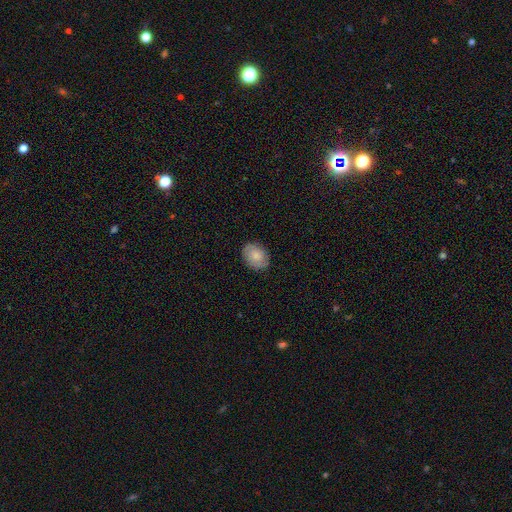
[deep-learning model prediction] A smooth galaxy with no disk features (61%) that is in between round and cigar-shaped (68%). Merging: none (84%).